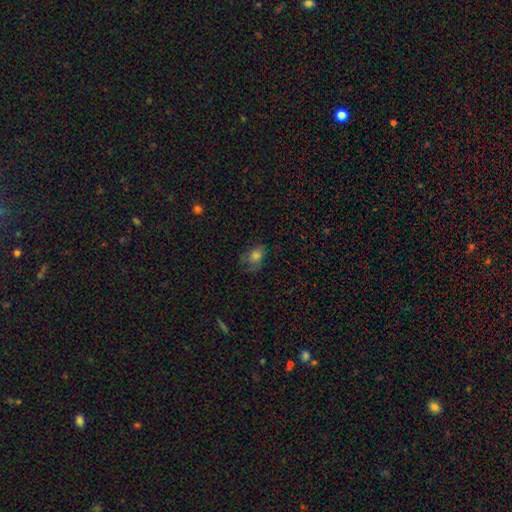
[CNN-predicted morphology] type=smooth (68%); roundness=in between (68%); merging=none (49%).